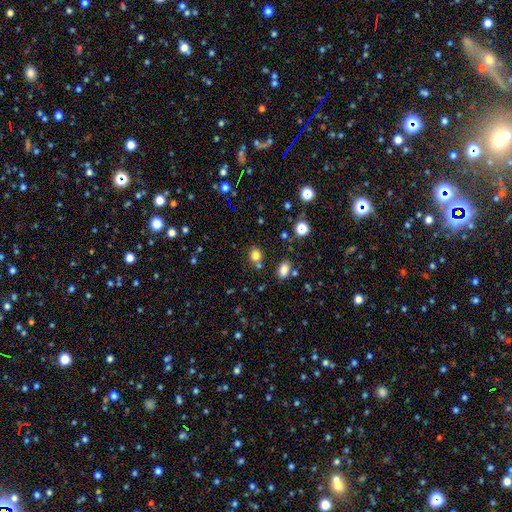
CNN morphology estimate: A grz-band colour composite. It shows a smooth galaxy with no disk features (78%) that is round (64%). Merging: none (72%).